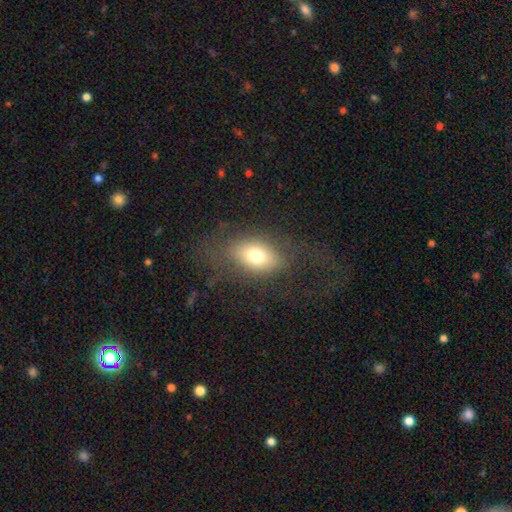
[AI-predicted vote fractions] The model was most divided on "smooth or featured": smooth: 70%, featured or disk: 18%, star or artifact: 12%. More confident: how rounded — in between (79%); merging — none (69%).